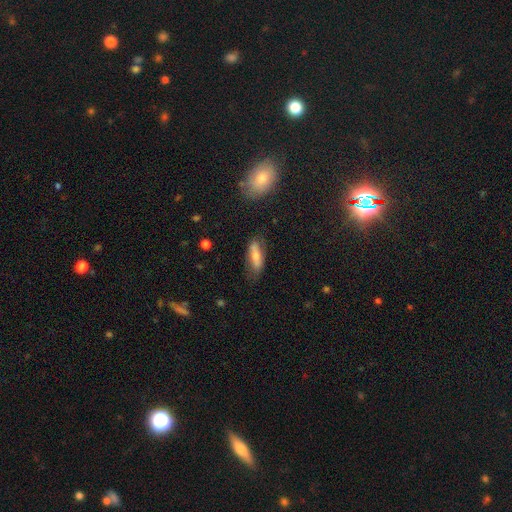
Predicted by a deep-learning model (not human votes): Q: Smooth or featured?
A: smooth (61%); runner-up: featured or disk (32%)
Q: How rounded?
A: in between (57%); runner-up: cigar-shaped (40%)
Q: Merging?
A: none (70%); runner-up: minor disturbance (21%)